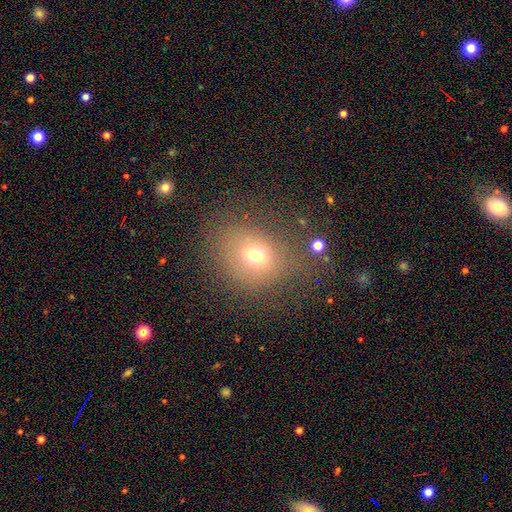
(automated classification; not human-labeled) Q: Smooth or featured?
A: smooth (69%); runner-up: star or artifact (19%)
Q: How rounded?
A: round (66%); runner-up: in between (33%)
Q: Merging?
A: none (65%); runner-up: minor disturbance (16%)